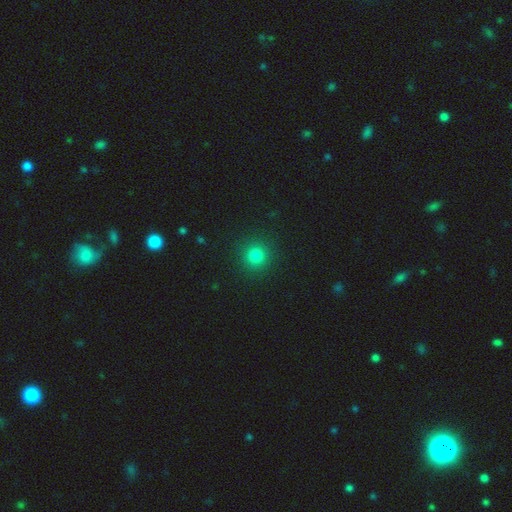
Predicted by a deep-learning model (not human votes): smooth 80%, star or artifact 15%, featured or disk 5%. Down the decision tree: how rounded — round (93%); merging — none (91%).